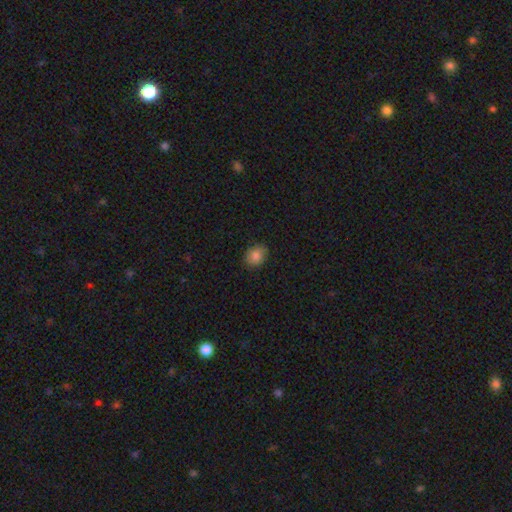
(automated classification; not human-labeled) A smooth galaxy with no disk features (84%) that is in between round and cigar-shaped (52%).

Vote fractions:
- Smooth or featured? smooth: 84% / star or artifact: 9% / featured or disk: 7%
- How rounded? in between: 52% / round: 47% / cigar-shaped: 1%
- Merging? none: 82% / minor disturbance: 14% / major disturbance: 3% / merger: 1%